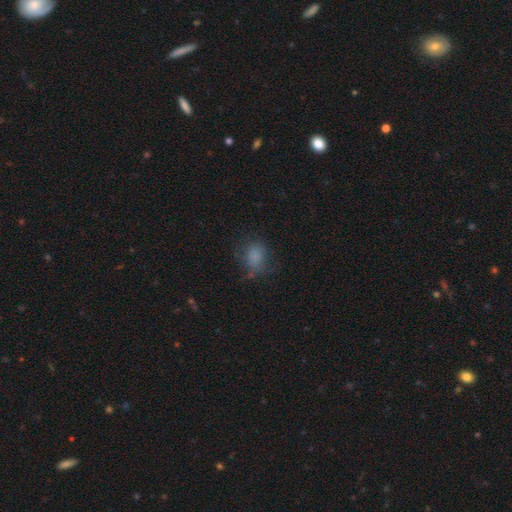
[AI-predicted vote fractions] smooth-or-featured: smooth: 75% | star or artifact: 14% | featured or disk: 11%
  how-rounded: in between: 53% | round: 46% | cigar-shaped: 1%
  merging: none: 58% | minor disturbance: 24% | major disturbance: 16% | merger: 2%